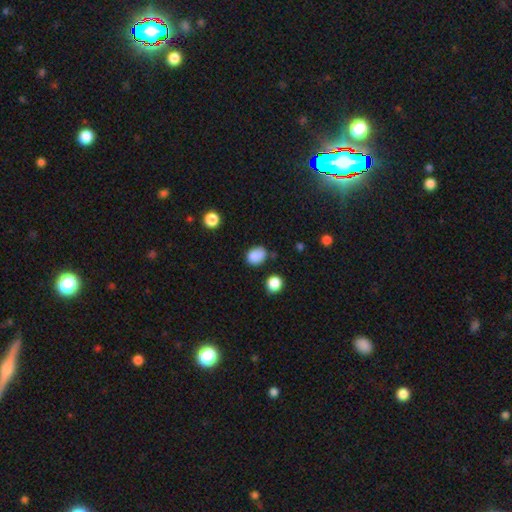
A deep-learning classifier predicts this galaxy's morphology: Smooth or featured? smooth (85%)
How rounded? in between (59%)
Merging? none (68%)